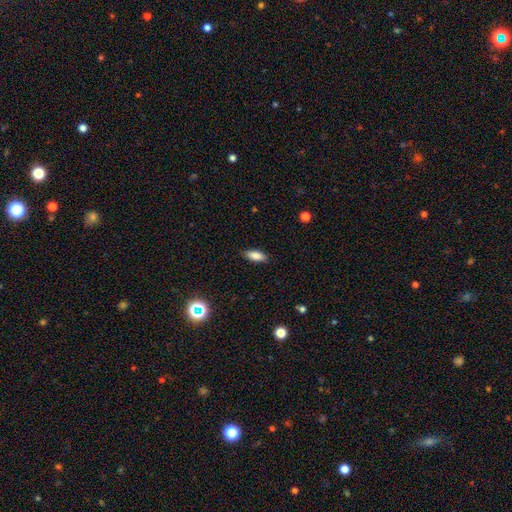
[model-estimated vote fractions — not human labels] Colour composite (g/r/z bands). It shows a smooth galaxy with no disk features (86%) that is in between round and cigar-shaped (81%). Merging: none (88%).